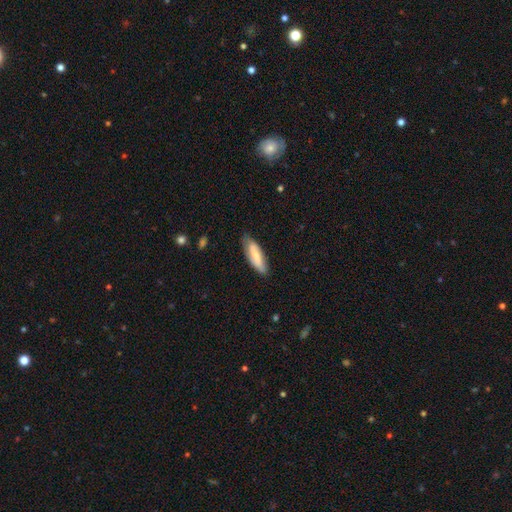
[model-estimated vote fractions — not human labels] This is possibly a smooth galaxy (58%). How rounded: possibly in between (60%). Merging: likely none (77%).